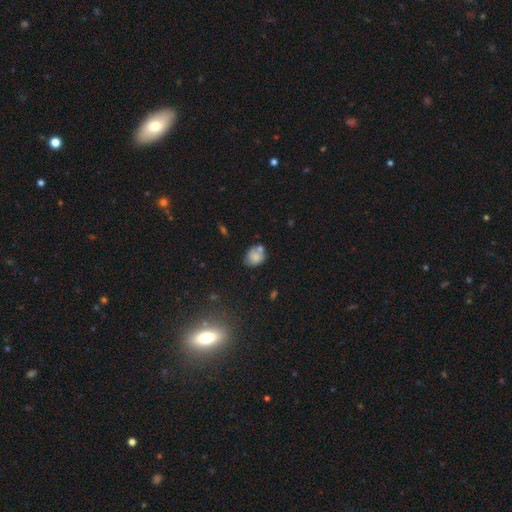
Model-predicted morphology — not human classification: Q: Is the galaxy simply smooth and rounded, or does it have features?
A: smooth — 73%.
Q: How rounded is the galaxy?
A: round — 55%.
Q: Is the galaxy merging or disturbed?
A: none — 51%.